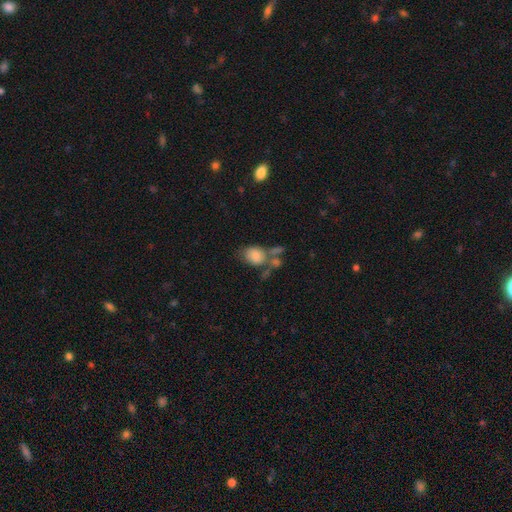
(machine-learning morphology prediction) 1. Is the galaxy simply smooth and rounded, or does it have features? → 79% smooth, 13% featured or disk, 8% star or artifact.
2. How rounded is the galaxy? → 68% in between, 31% round, 1% cigar-shaped.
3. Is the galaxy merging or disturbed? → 35% merger, 33% none, 18% minor disturbance, 14% major disturbance.